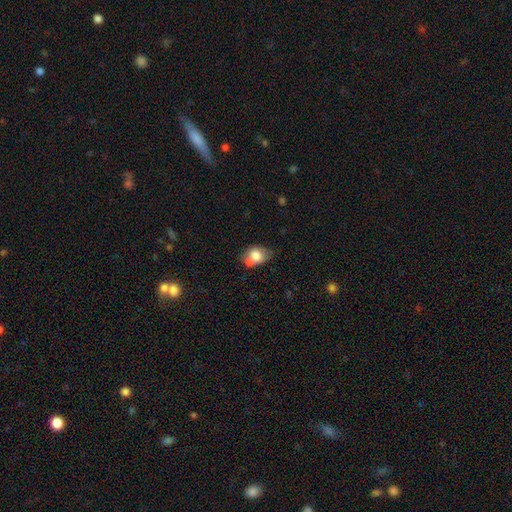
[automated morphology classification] Overall: smooth (74%). How rounded: in between (70%). Merging: none (39%; merger 34%).